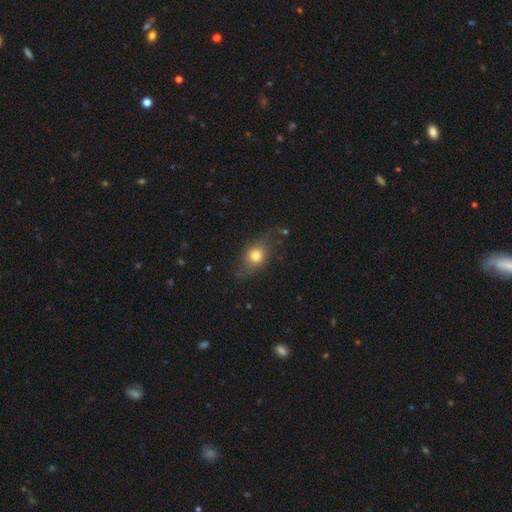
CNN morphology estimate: Overall: smooth (66%). How rounded: in between (52%; round 43%). Merging: none (65%).